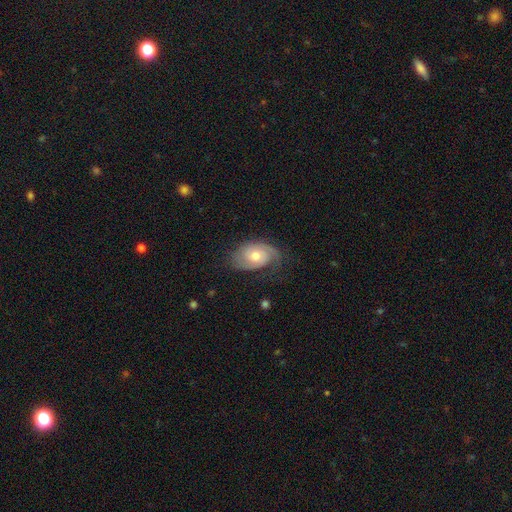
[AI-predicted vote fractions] Q: Smooth or featured?
A: featured or disk (71%); runner-up: smooth (22%)
Q: Edge-on disk?
A: no (96%); runner-up: yes (4%)
Q: Bar?
A: no (75%); runner-up: weak (22%)
Q: Spiral arms?
A: yes (90%); runner-up: no (10%)
Q: Spiral winding?
A: tight (48%); runner-up: medium (35%)
Q: Spiral arm count?
A: 2 (58%); runner-up: can't tell (17%)
Q: Bulge size?
A: moderate (66%); runner-up: small (28%)
Q: Merging?
A: none (63%); runner-up: minor disturbance (24%)